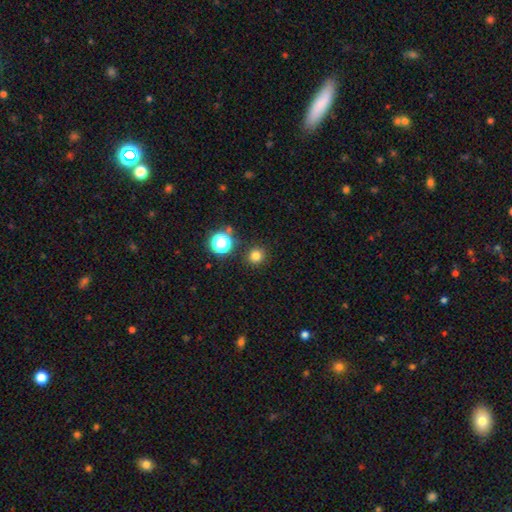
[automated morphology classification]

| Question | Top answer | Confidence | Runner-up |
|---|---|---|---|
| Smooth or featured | smooth | 78% | star or artifact (17%) |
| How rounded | round | 93% | in between (6%) |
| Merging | none | 90% | minor disturbance (6%) |